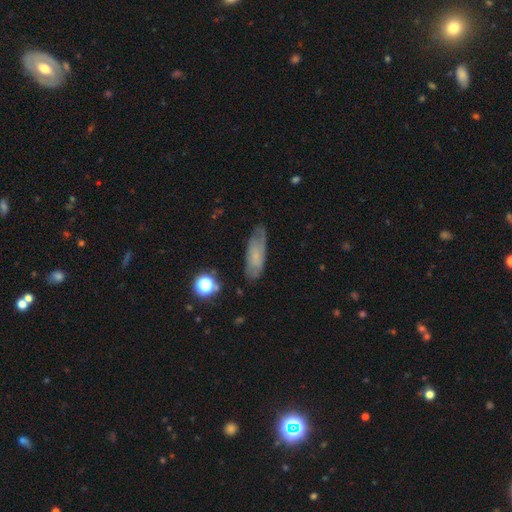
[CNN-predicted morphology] Smooth or featured? Predicted: smooth (p=0.49). Merging? Predicted: none (p=0.65).